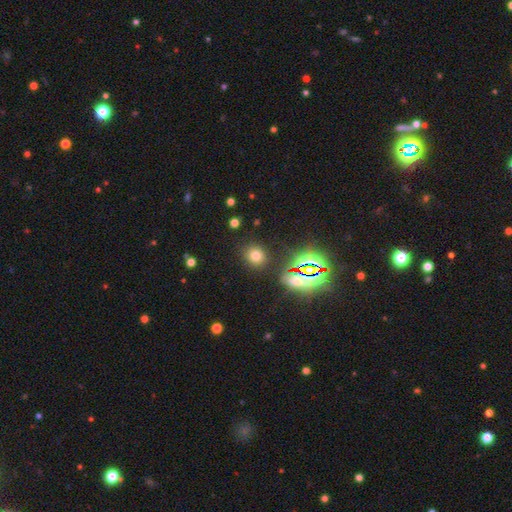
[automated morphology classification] A smooth galaxy with no disk features (69%) that is round (82%). Merging: none (86%).